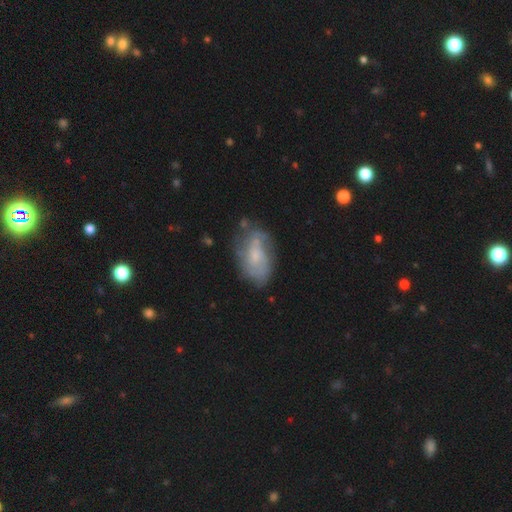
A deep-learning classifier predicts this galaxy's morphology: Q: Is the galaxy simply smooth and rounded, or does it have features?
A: featured or disk — 57%.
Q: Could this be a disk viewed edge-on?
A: no — 95%.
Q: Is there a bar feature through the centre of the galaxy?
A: no — 63%.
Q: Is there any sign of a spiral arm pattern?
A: yes — 73%.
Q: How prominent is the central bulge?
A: small — 47%.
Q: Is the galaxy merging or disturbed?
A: none — 60%.